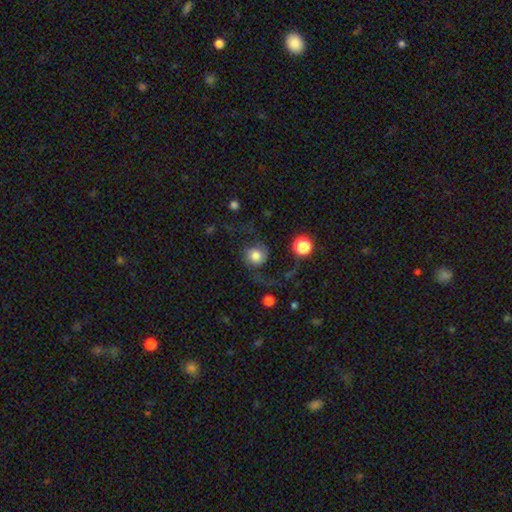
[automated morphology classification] smooth_or_featured: smooth (p=0.49) [alt: featured or disk p=0.41]
merging: none (p=0.49) [alt: major disturbance p=0.31]